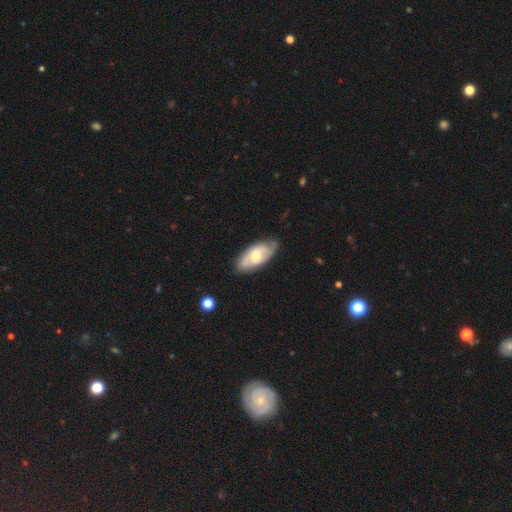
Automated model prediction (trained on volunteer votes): Smooth or featured: featured or disk — 53% (smooth — 41%)
Edge-on disk: no — 88% (yes — 12%)
Merging: none — 73% (minor disturbance — 21%)